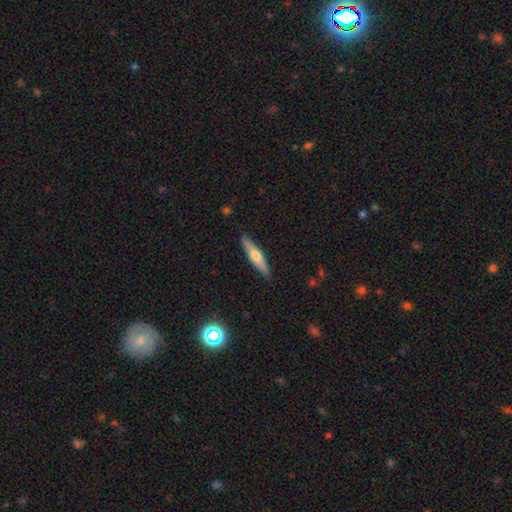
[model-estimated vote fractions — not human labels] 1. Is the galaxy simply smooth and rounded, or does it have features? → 47% smooth (tied), 47% featured or disk (tied), 6% star or artifact.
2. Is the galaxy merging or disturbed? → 87% none, 10% minor disturbance, 2% major disturbance, 1% merger.